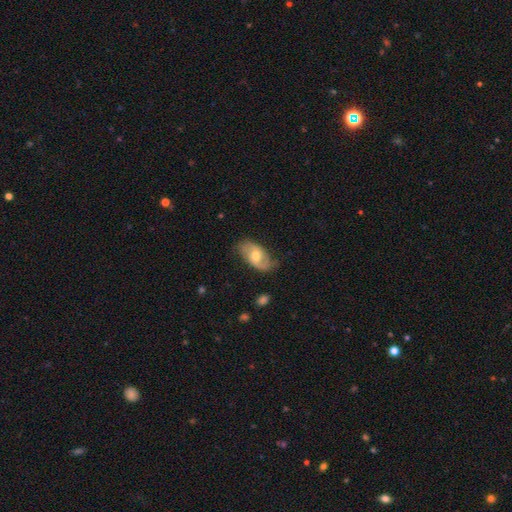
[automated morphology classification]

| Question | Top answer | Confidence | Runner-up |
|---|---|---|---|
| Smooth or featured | featured or disk | 59% | smooth (35%) |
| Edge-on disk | no | 92% | yes (8%) |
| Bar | no | 55% | weak (36%) |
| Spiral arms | yes | 80% | no (20%) |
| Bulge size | moderate | 70% | small (22%) |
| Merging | none | 67% | minor disturbance (24%) |